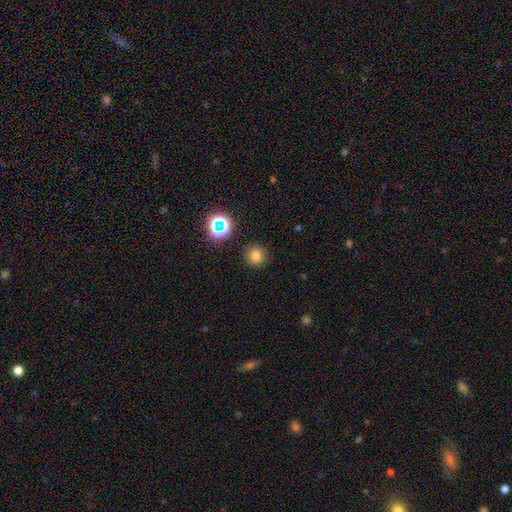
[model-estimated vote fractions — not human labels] This is likely a smooth galaxy (76%). How rounded: clearly round (93%). Merging: clearly none (89%).